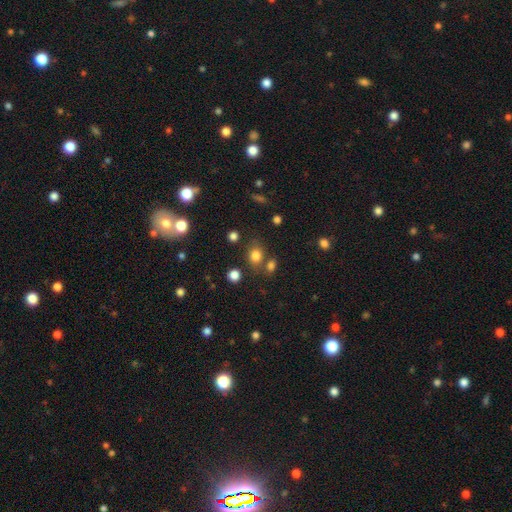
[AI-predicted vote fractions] Smooth or featured? Predicted: smooth (p=0.79). How rounded? Predicted: round (p=0.58). Merging? Predicted: none (p=0.68).